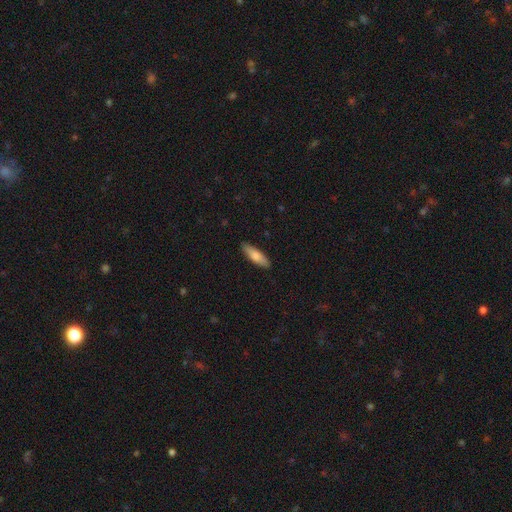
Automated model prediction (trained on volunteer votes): This appears to be a smooth galaxy with no disk features (77%) that is cigar-shaped (58%). Merging: none (88%).